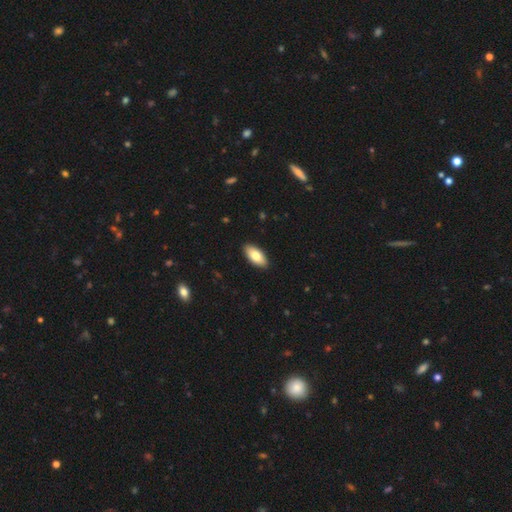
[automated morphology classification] A smooth galaxy with no disk features (80%) that is in between round and cigar-shaped (91%). Merging: none (90%).